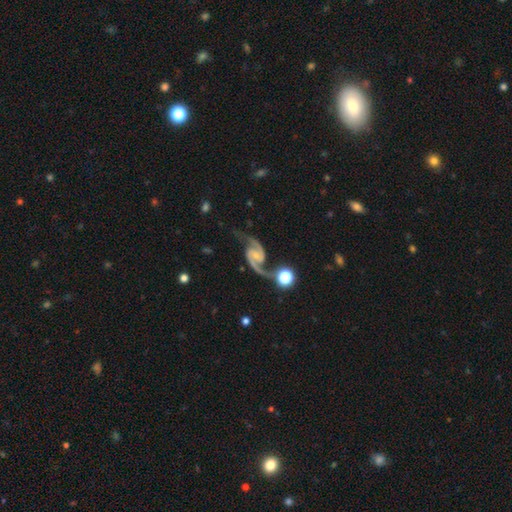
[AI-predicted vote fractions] A featured or disk galaxy (93%) with no bar (48%), 2 (94%) medium (50%) spiral arms (98%) and a small central bulge (65%).

Vote fractions:
- Smooth or featured? featured or disk: 93% / star or artifact: 4% / smooth: 3%
- Edge-on disk? no: 98% / yes: 2%
- Bar? no: 48% / weak: 39% / strong: 13%
- Spiral arms? yes: 98% / no: 2%
- Spiral winding? medium: 50% / loose: 40% / tight: 10%
- Spiral arm count? 2: 94% / can't tell: 1% / 3: 1% / 1: 1% / 4: 1% / more than 4: 1%
- Bulge size? small: 65% / moderate: 21% / none: 12% / large: 2% / dominant: 1%
- Merging? none: 70% / minor disturbance: 16% / major disturbance: 8% / merger: 6%